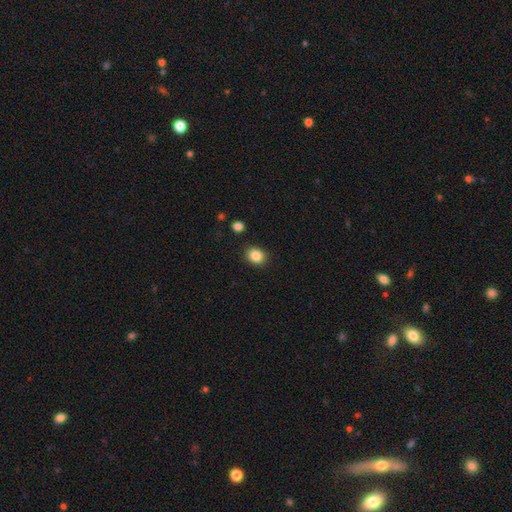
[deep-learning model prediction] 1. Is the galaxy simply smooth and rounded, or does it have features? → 86% smooth, 10% star or artifact, 5% featured or disk.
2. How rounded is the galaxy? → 63% round, 36% in between, 1% cigar-shaped.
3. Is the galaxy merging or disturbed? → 88% none, 8% minor disturbance, 2% major disturbance, 2% merger.